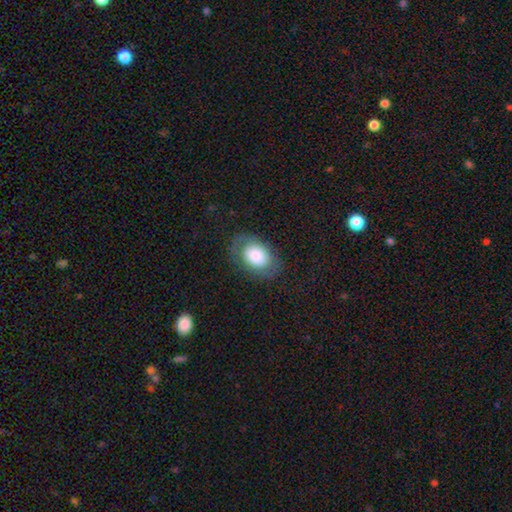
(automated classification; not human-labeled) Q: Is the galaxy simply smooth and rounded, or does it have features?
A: smooth — 70%.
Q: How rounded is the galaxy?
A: in between — 81%.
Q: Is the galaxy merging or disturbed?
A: none — 71%.